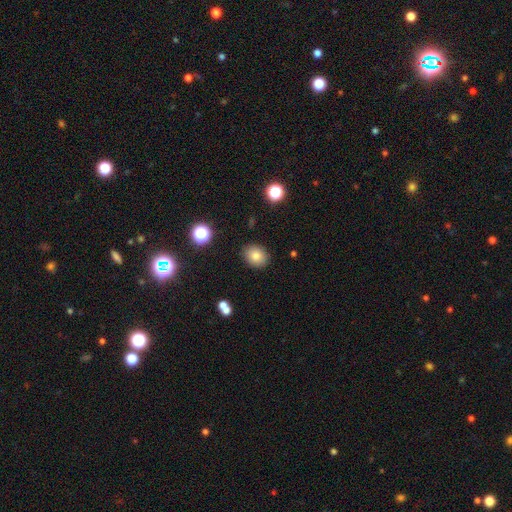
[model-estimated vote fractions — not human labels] Smooth or featured? smooth (80%)
How rounded? round (54%)
Merging? none (87%)